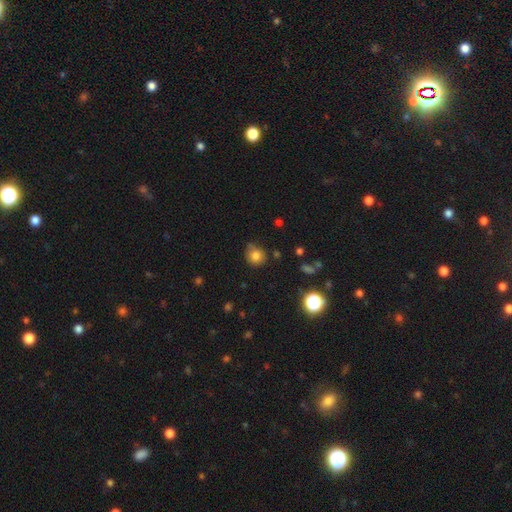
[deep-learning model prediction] Smooth or featured?
  - smooth: 79% *
  - star or artifact: 13%
  - featured or disk: 8%
How rounded?
  - round: 85% *
  - in between: 14%
  - cigar-shaped: 1%
Merging?
  - none: 68% *
  - minor disturbance: 22%
  - major disturbance: 5%
  - merger: 5%